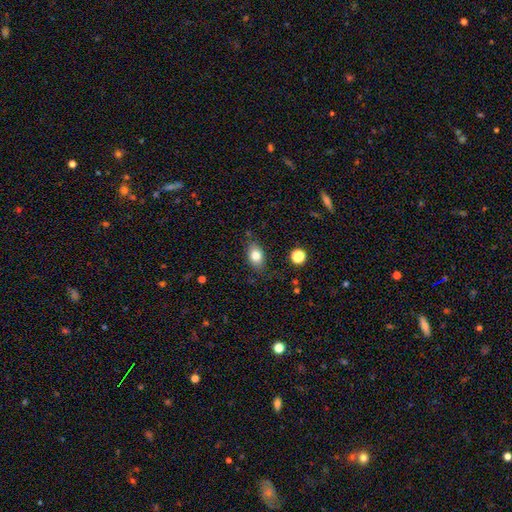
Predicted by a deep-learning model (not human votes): Q: Smooth or featured?
A: smooth (80%); runner-up: featured or disk (11%)
Q: How rounded?
A: in between (82%); runner-up: round (16%)
Q: Merging?
A: none (79%); runner-up: minor disturbance (16%)